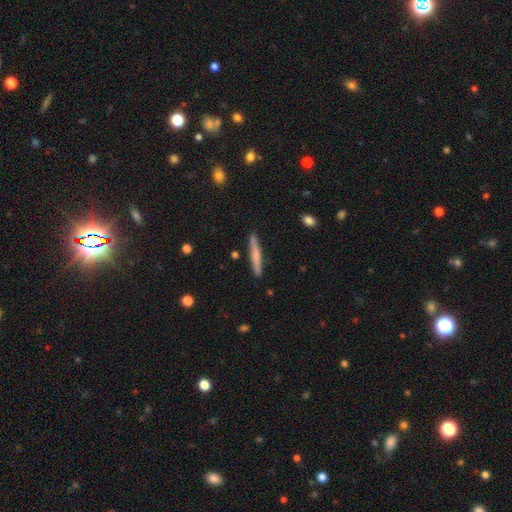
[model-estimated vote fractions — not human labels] Smooth or featured? Predicted: smooth (p=0.57). How rounded? Predicted: cigar-shaped (p=0.95). Merging? Predicted: none (p=0.90).